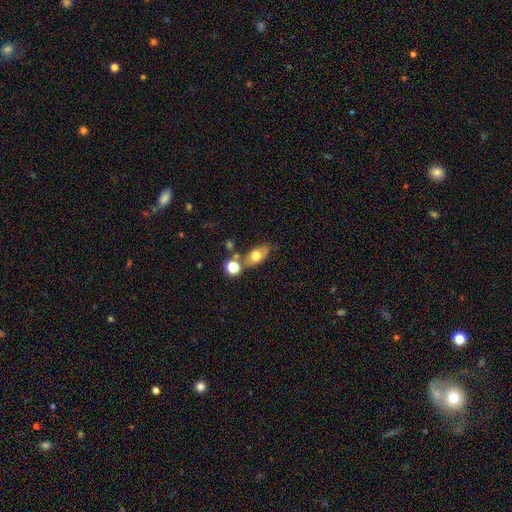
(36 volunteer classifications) Volunteers were most divided on "smooth or featured": smooth: 56%, featured or disk: 42%, star or artifact: 3%. Remaining: how rounded — in between (90%); merging — none (46%).